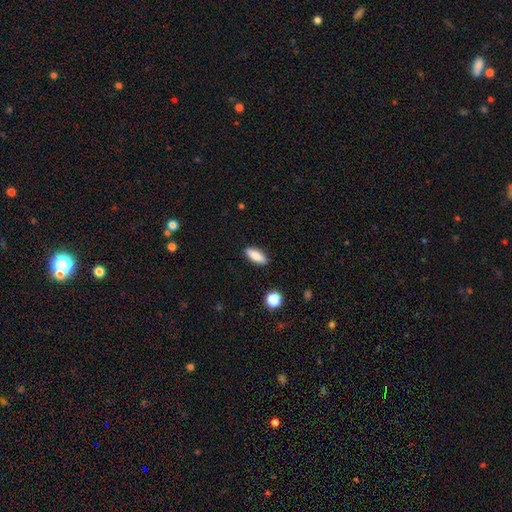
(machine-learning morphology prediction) Smooth or featured: smooth — 83% (featured or disk — 10%)
How rounded: in between — 69% (cigar-shaped — 29%)
Merging: none — 89% (minor disturbance — 8%)